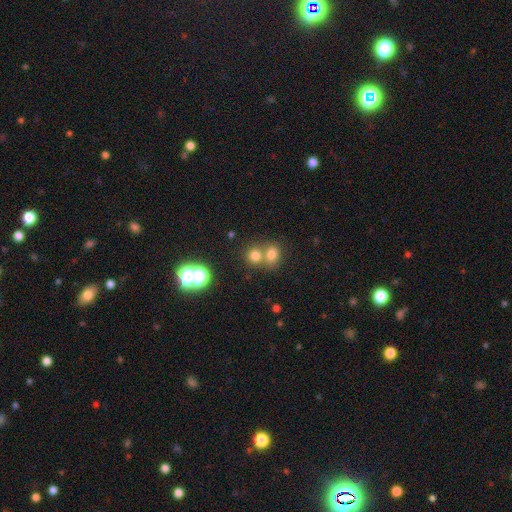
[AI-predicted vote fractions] Q: Smooth or featured?
A: smooth (71%); runner-up: star or artifact (20%)
Q: How rounded?
A: round (75%); runner-up: in between (23%)
Q: Merging?
A: none (45%); tied with: merger (45%)